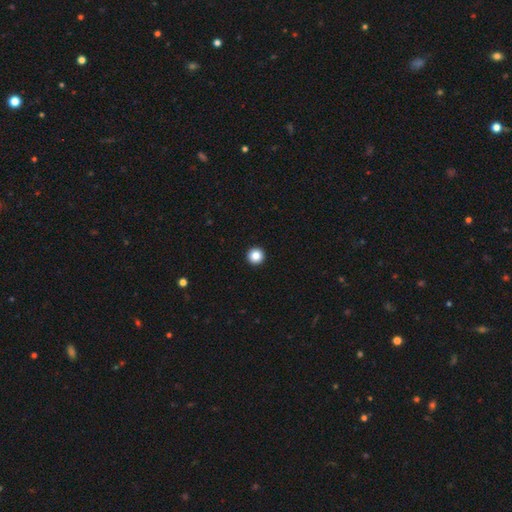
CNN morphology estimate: smooth-or-featured: smooth: 86% | star or artifact: 10% | featured or disk: 4%
  how-rounded: round: 97% | in between: 2% | cigar-shaped: 1%
  merging: none: 95% | minor disturbance: 3% | major disturbance: 1% | merger: 1%